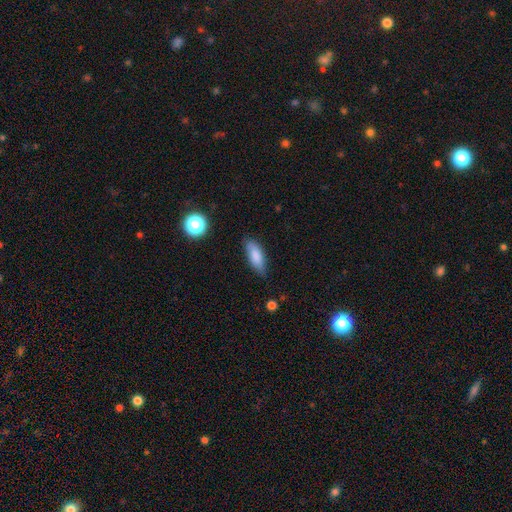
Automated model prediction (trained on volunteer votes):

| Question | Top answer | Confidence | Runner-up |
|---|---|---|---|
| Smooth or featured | smooth | 81% | featured or disk (12%) |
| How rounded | in between | 67% | cigar-shaped (31%) |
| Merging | none | 77% | minor disturbance (19%) |